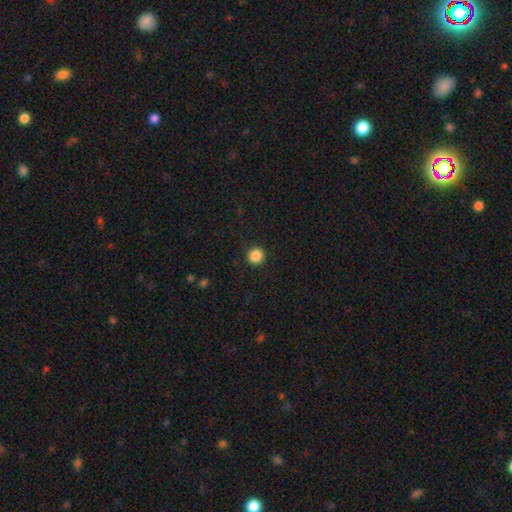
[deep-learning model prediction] Overall: smooth (87%). How rounded: round (96%). Merging: none (92%).